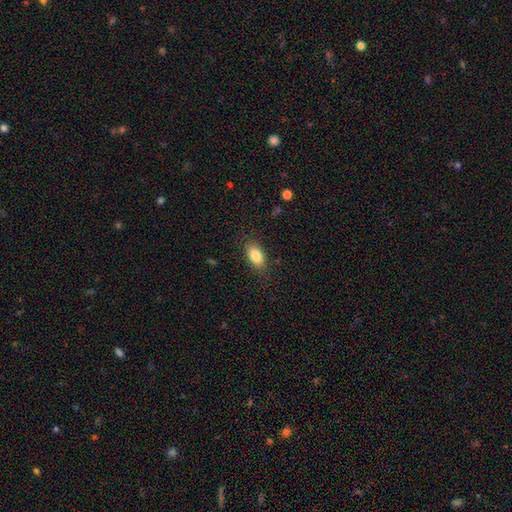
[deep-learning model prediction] This appears to be a smooth galaxy with no disk features (85%) that is in between round and cigar-shaped (91%). Merging: none (85%).